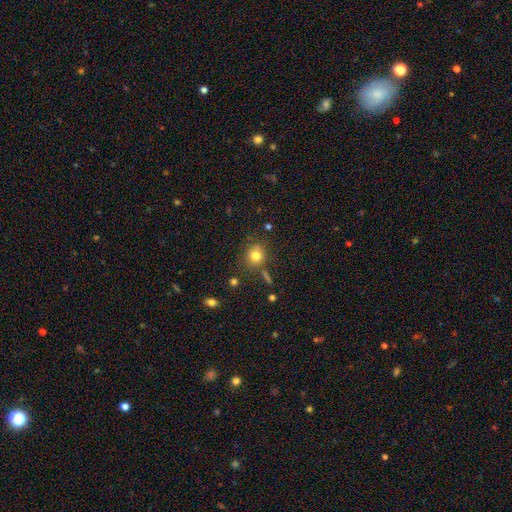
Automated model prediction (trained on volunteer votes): Smooth or featured? smooth (78%)
How rounded? round (80%)
Merging? none (76%)